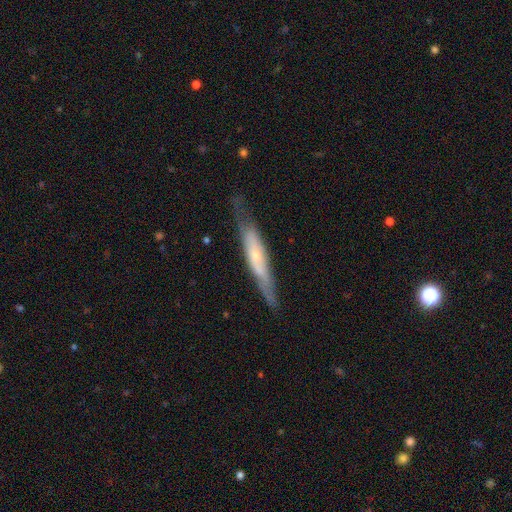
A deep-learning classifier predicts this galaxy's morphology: The model was most divided on "smooth or featured": featured or disk: 64%, smooth: 30%, star or artifact: 6%. More confident: edge-on disk — yes (69%); merging — none (69%).